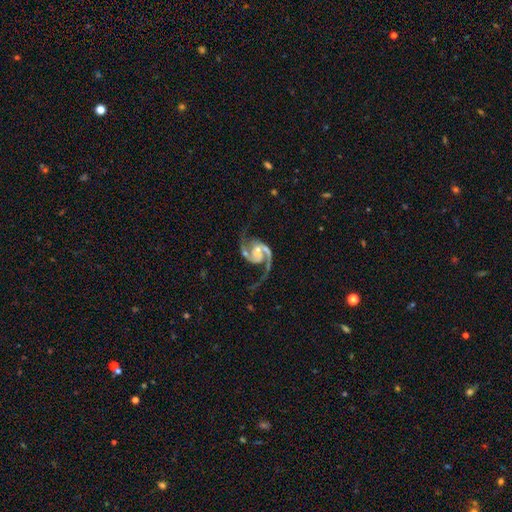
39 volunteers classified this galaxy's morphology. Overall: featured or disk (92%). Edge-on disk: no (97%). Bar: no (57%; weak 31%). Spiral arms: yes (100%). Spiral arm count: 2 (100%). Spiral winding: medium (46%, tied with loose). Bulge size: small (54%; moderate 20%). Merging: none (68%).